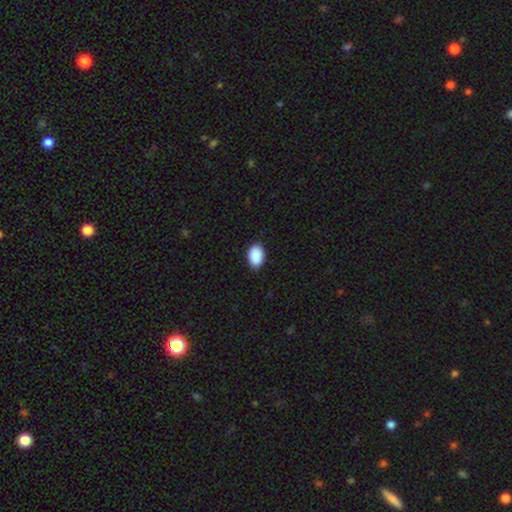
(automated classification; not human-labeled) Smooth or featured?
  - smooth: 91% *
  - star or artifact: 7%
  - featured or disk: 2%
How rounded?
  - in between: 89% *
  - round: 10%
  - cigar-shaped: 1%
Merging?
  - none: 86% *
  - minor disturbance: 11%
  - major disturbance: 2%
  - merger: 1%